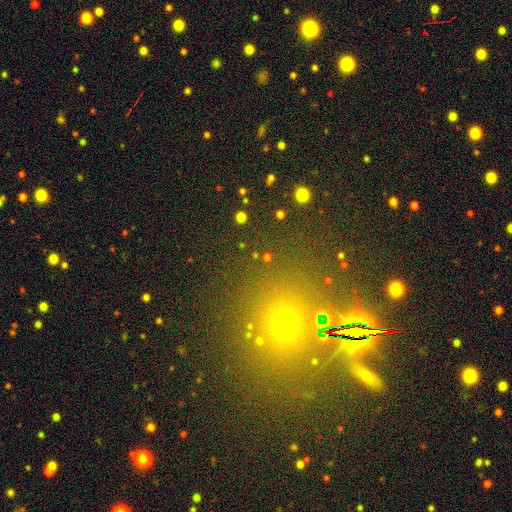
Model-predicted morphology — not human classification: star or artifact 48%, smooth 42%, featured or disk 10%.